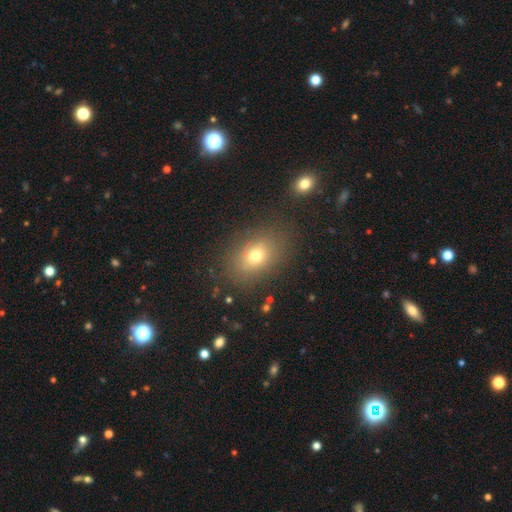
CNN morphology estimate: smooth_or_featured: smooth (p=0.70) [alt: featured or disk p=0.15]
how_rounded: in between (p=0.69) [alt: round p=0.30]
merging: none (p=0.80) [alt: minor disturbance p=0.12]